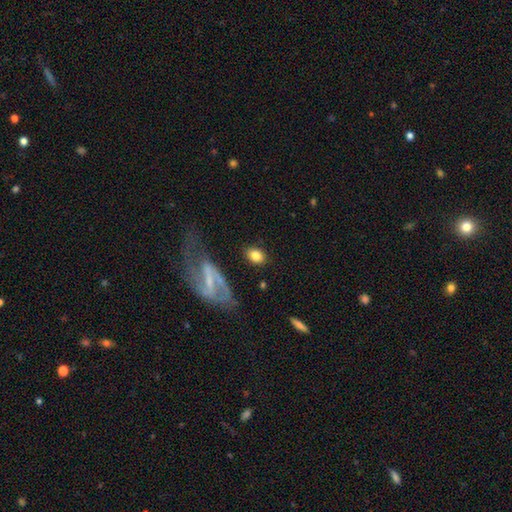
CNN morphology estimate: A smooth galaxy with no disk features (77%) that is in between round and cigar-shaped (74%). Merging: none (79%).